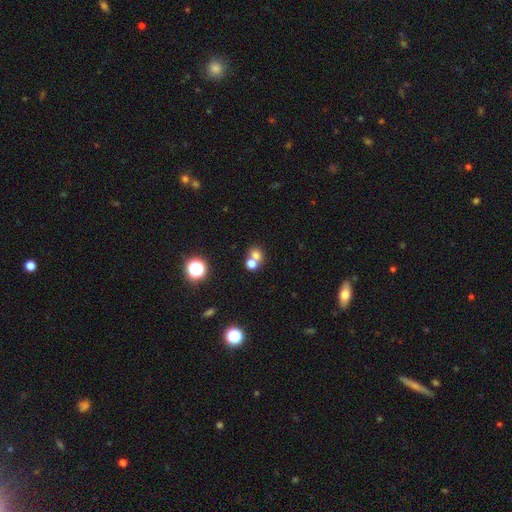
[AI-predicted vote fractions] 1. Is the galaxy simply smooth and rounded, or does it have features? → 69% smooth, 18% star or artifact, 13% featured or disk.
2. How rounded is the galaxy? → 72% round, 27% in between, 1% cigar-shaped.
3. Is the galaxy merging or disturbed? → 51% merger, 40% none, 6% minor disturbance, 3% major disturbance.